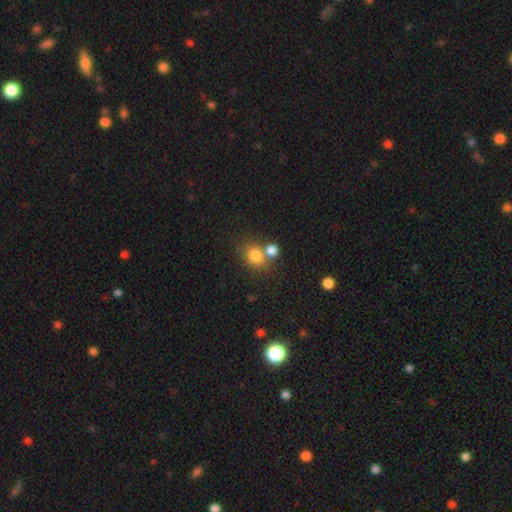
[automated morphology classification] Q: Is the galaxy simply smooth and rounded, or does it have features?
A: smooth — 81%.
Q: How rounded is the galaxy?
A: round — 56%.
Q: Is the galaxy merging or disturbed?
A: none — 51%.